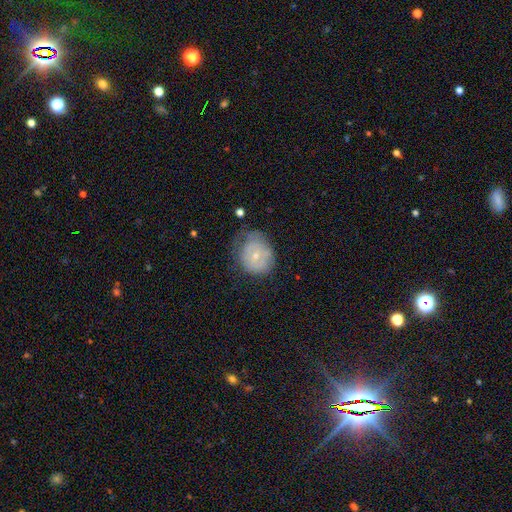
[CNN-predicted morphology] type=smooth (55%); roundness=round (66%); merging=none (44%).